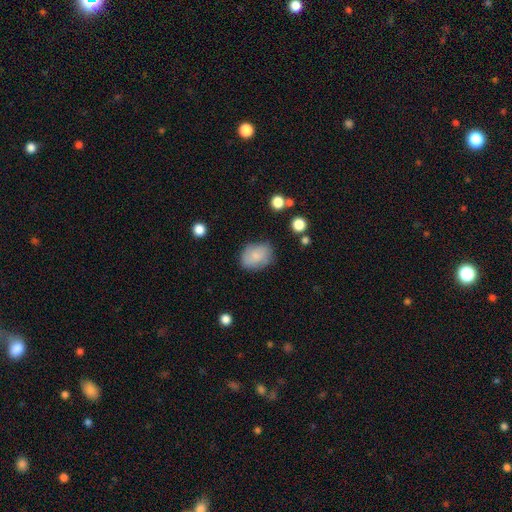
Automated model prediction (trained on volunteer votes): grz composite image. It shows a smooth galaxy with no disk features (73%) that is in between round and cigar-shaped (63%). Merging: none (75%).